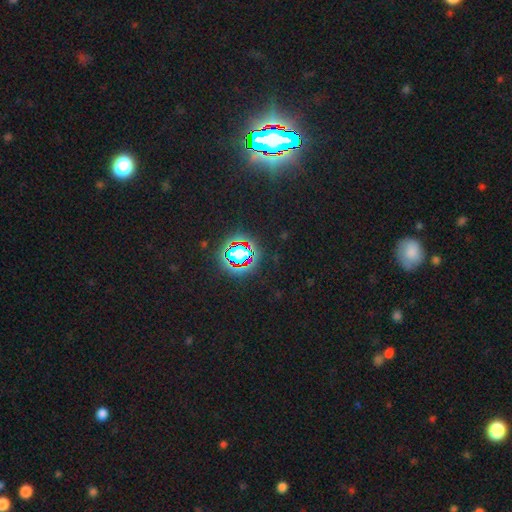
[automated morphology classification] star or artifact 81%, smooth 11%, featured or disk 8%.